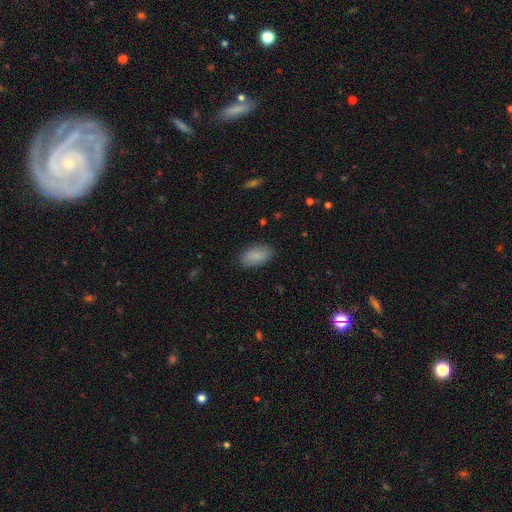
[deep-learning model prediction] Smooth or featured: smooth — 87% (star or artifact — 7%)
How rounded: in between — 94% (round — 4%)
Merging: none — 86% (minor disturbance — 10%)